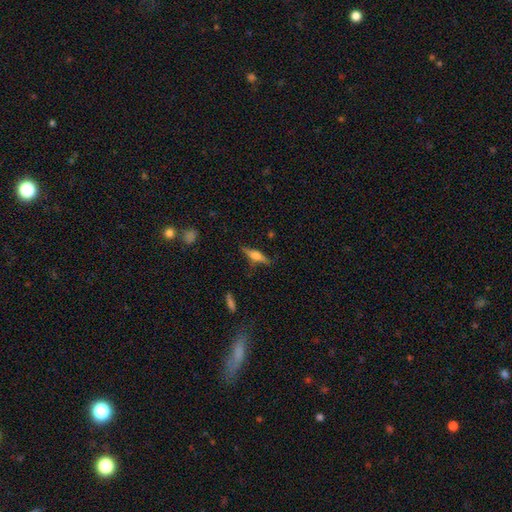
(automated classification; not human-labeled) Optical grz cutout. It shows a featured or disk galaxy (57%) viewed edge-on (96%) with a rounded central bulge (83%). Merging: none (83%).